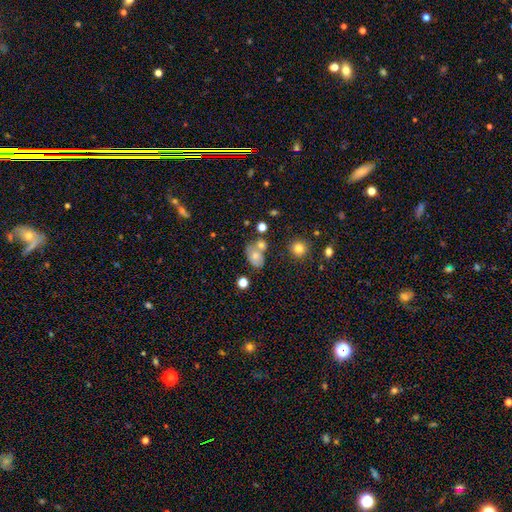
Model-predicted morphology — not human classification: A smooth galaxy with no disk features (66%) that is in between round and cigar-shaped (72%).

Vote fractions:
- Smooth or featured? smooth: 66% / featured or disk: 22% / star or artifact: 12%
- How rounded? in between: 72% / round: 26% / cigar-shaped: 1%
- Merging? none: 41% / merger: 31% / minor disturbance: 19% / major disturbance: 9%